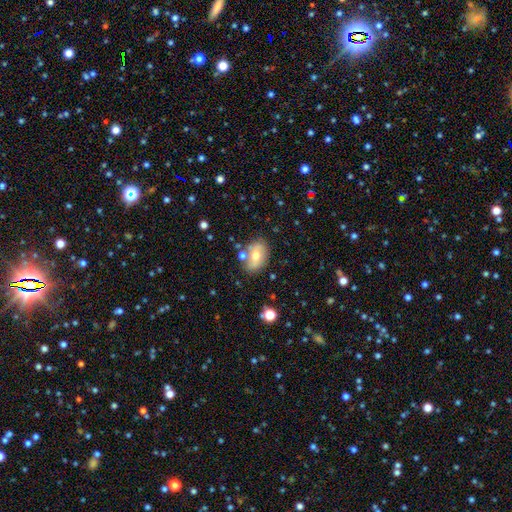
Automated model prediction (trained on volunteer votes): Overall: smooth (59%; featured or disk 32%). How rounded: in between (80%). Merging: none (68%).